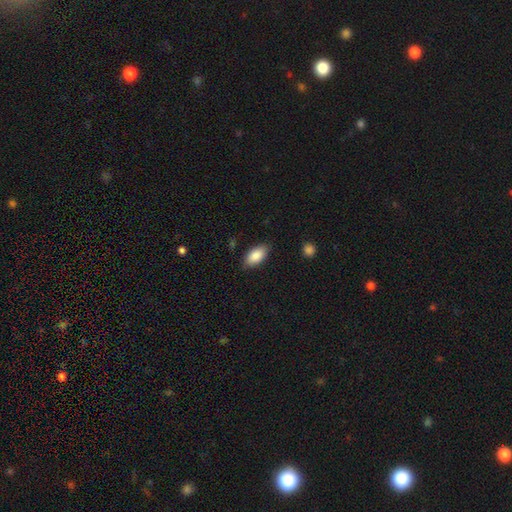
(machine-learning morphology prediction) Smooth or featured? smooth (87%)
How rounded? in between (92%)
Merging? none (84%)